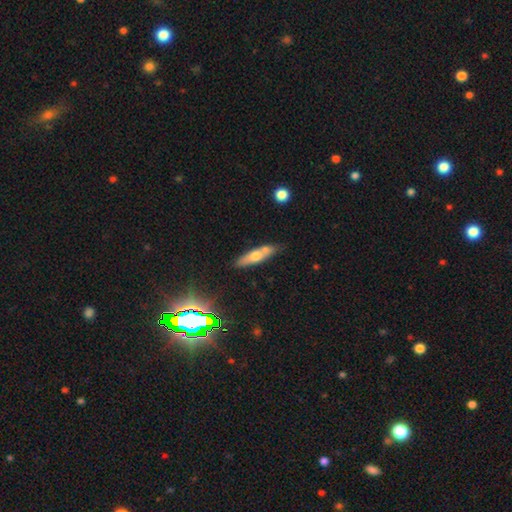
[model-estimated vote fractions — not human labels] smooth-or-featured: smooth: 52% | featured or disk: 40% | star or artifact: 8%
  how-rounded: cigar-shaped: 67% | in between: 31% | round: 3%
  merging: none: 66% | minor disturbance: 16% | merger: 15% | major disturbance: 3%